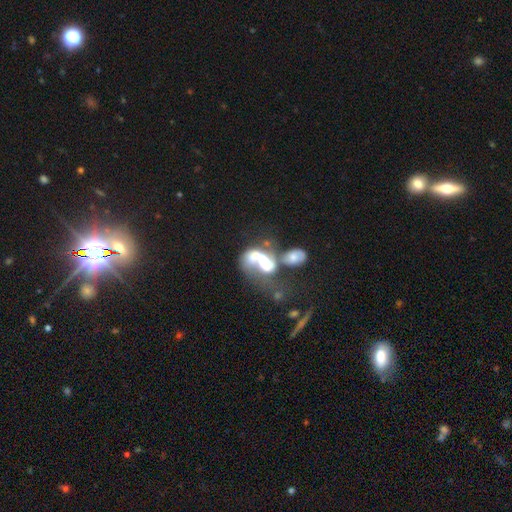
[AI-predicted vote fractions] Overall: featured or disk (61%; smooth 29%). Edge-on disk: no (97%). Bar: no (65%). Spiral arms: yes (58%; no 42%). Bulge size: moderate (37%; large 29%). Merging: merger (65%).